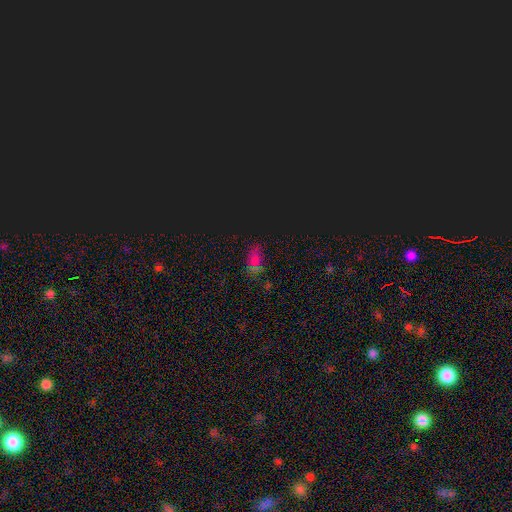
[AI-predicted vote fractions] Overall: star or artifact (49%; smooth 41%).